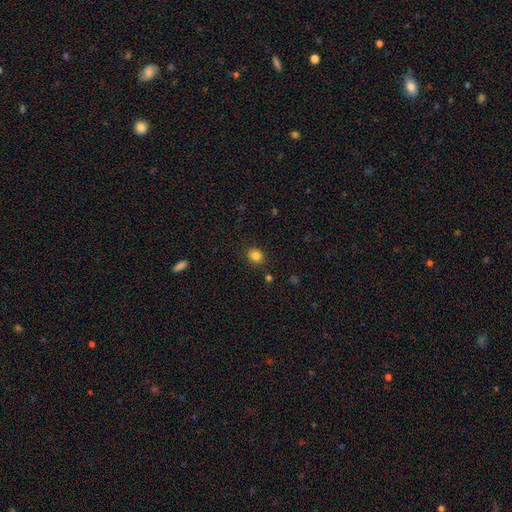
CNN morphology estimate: Smooth or featured?
  - smooth: 84% *
  - star or artifact: 12%
  - featured or disk: 5%
How rounded?
  - round: 68% *
  - in between: 31%
  - cigar-shaped: 1%
Merging?
  - none: 87% *
  - minor disturbance: 8%
  - major disturbance: 3%
  - merger: 2%